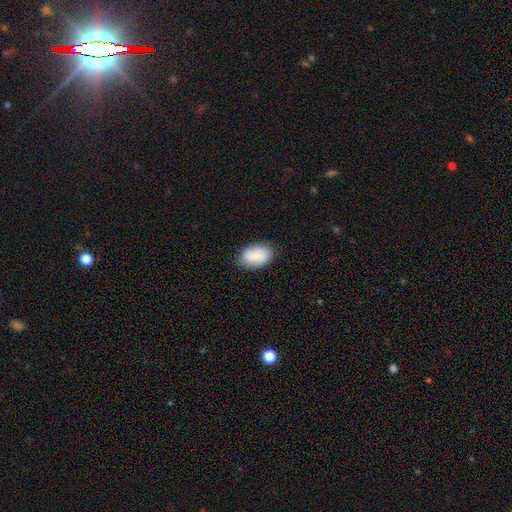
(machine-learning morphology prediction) smooth_or_featured: smooth (p=0.84) [alt: featured or disk p=0.10]
how_rounded: in between (p=0.91) [alt: round p=0.07]
merging: none (p=0.82) [alt: minor disturbance p=0.14]